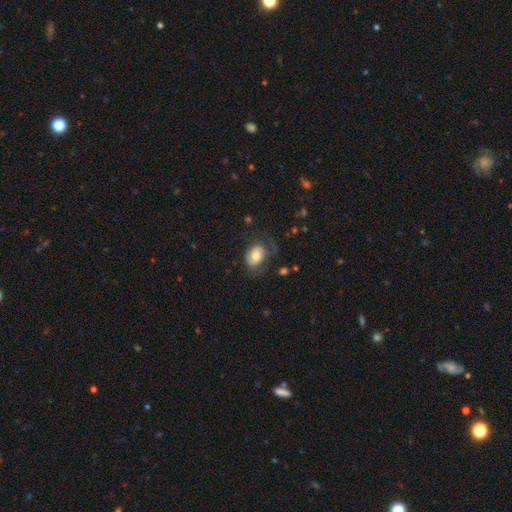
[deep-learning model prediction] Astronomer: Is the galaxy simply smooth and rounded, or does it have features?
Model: smooth — 68%.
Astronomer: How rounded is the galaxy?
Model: in between — 71%.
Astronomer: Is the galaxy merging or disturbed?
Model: none — 53%.